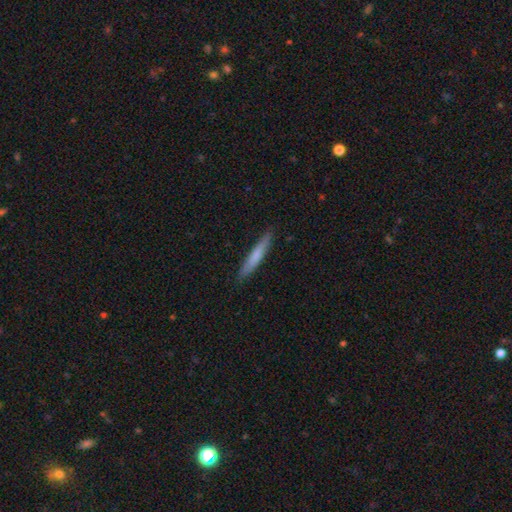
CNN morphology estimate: The model was most divided on "smooth or featured": smooth: 71%, featured or disk: 24%, star or artifact: 5%. More confident: how rounded — cigar-shaped (94%); merging — none (89%).